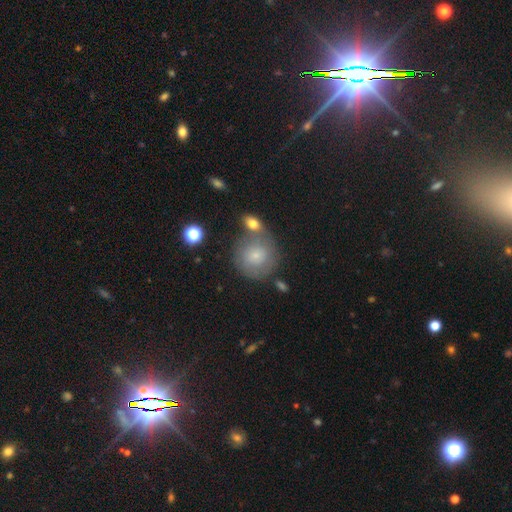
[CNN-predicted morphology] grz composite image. It shows a smooth galaxy with no disk features (64%) that is round (89%). Merging: none (57%).